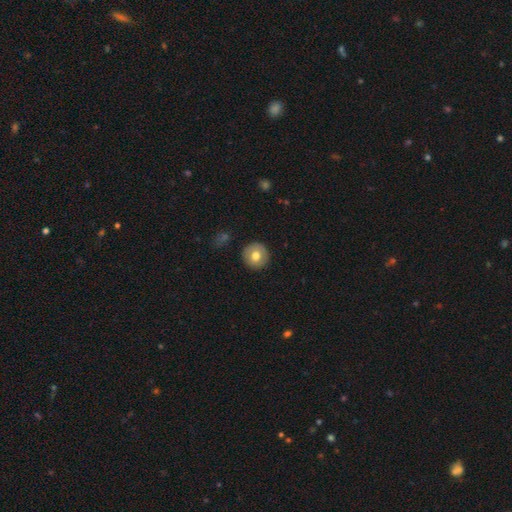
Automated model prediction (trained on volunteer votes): smooth_or_featured: smooth (p=0.74) [alt: featured or disk p=0.18]
how_rounded: round (p=0.95) [alt: in between p=0.04]
merging: none (p=0.91) [alt: minor disturbance p=0.06]